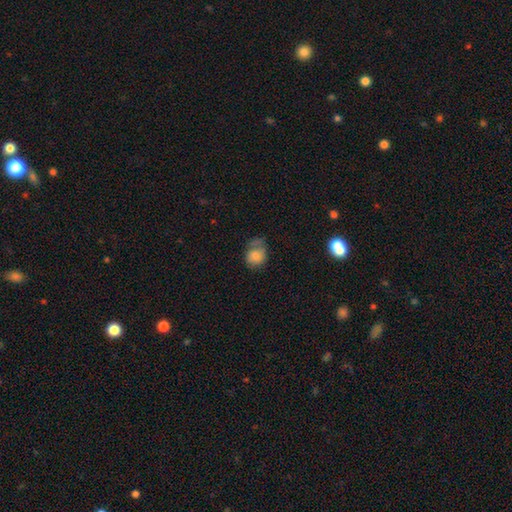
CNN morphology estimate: A smooth galaxy with no disk features (74%) that is round (63%).

Vote fractions:
- Smooth or featured? smooth: 74% / featured or disk: 16% / star or artifact: 9%
- How rounded? round: 63% / in between: 36% / cigar-shaped: 1%
- Merging? none: 41% / minor disturbance: 32% / major disturbance: 20% / merger: 7%